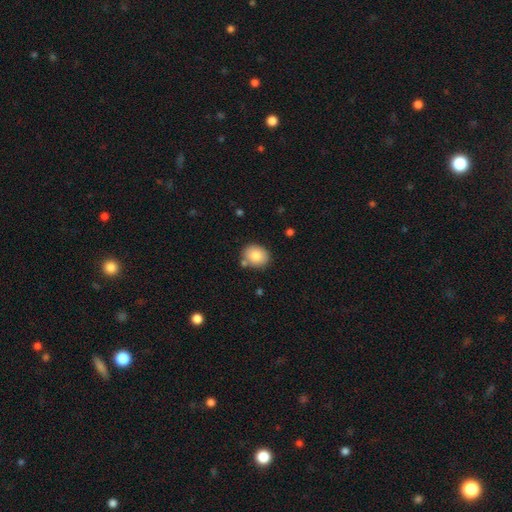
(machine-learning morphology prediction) Overall: smooth (84%). How rounded: round (57%; in between 42%). Merging: none (77%).